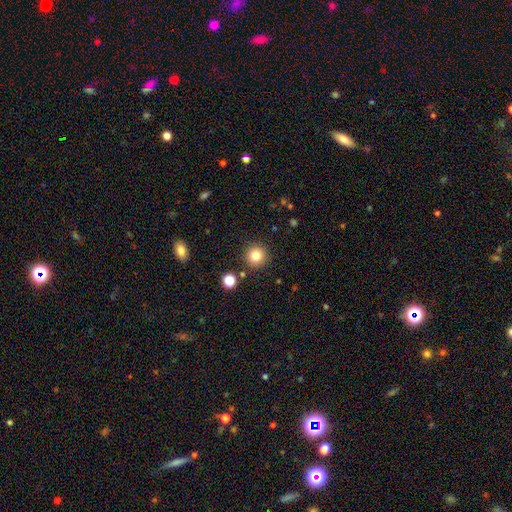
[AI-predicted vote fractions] smooth 82%, star or artifact 12%, featured or disk 7%. Down the decision tree: how rounded — round (94%); merging — none (88%).